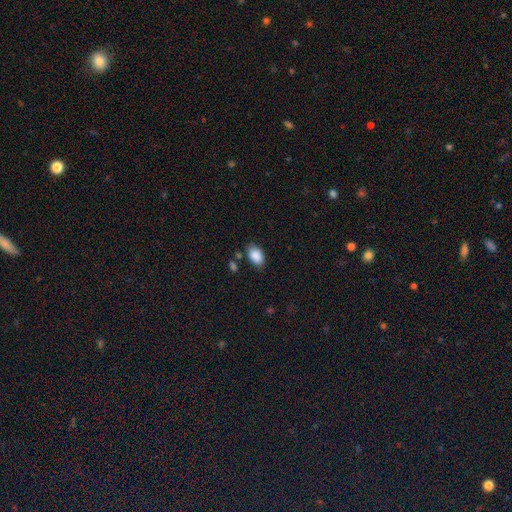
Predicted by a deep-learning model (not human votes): smooth 89%, star or artifact 7%, featured or disk 4%. Down the decision tree: how rounded — in between (91%); merging — none (77%).